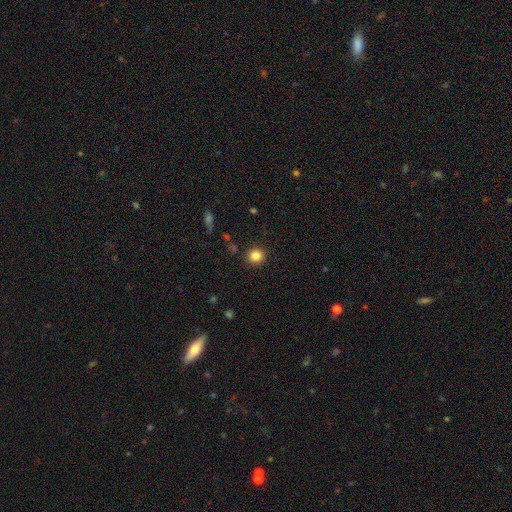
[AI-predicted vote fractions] Smooth or featured? Predicted: smooth (p=0.84). How rounded? Predicted: round (p=0.90). Merging? Predicted: none (p=0.91).